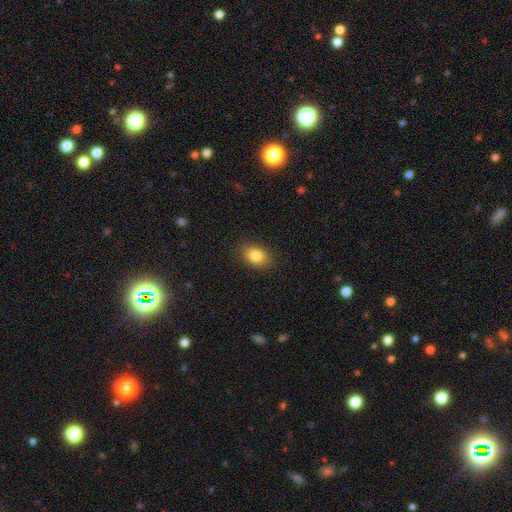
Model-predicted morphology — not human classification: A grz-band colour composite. It shows a smooth galaxy with no disk features (84%) that is in between round and cigar-shaped (81%). Merging: none (88%).